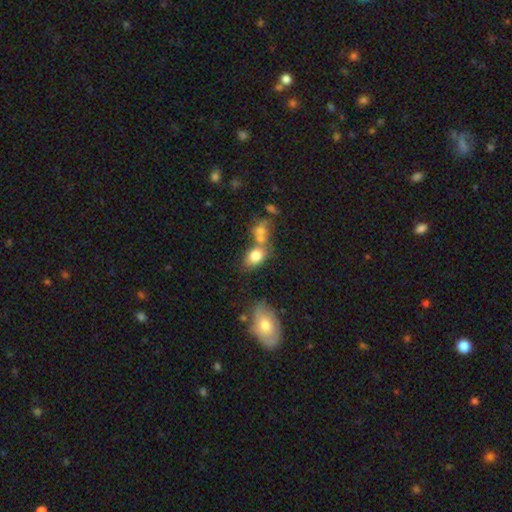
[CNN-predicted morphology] A smooth galaxy with no disk features (79%) that is in between round and cigar-shaped (73%). Merging: merger (41%).